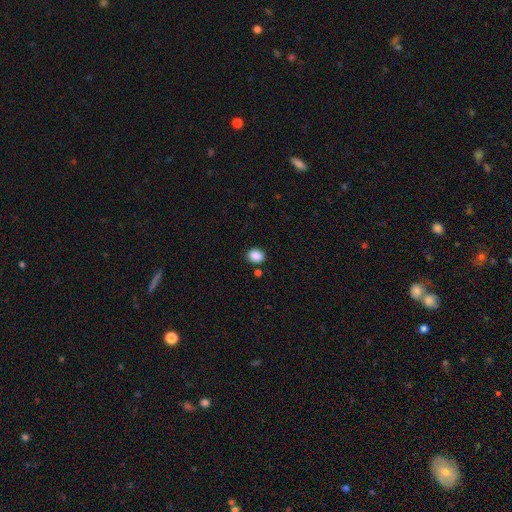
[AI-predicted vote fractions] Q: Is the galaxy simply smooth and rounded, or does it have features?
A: smooth — 88%.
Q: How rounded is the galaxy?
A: round — 57%.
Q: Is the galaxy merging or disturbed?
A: none — 83%.